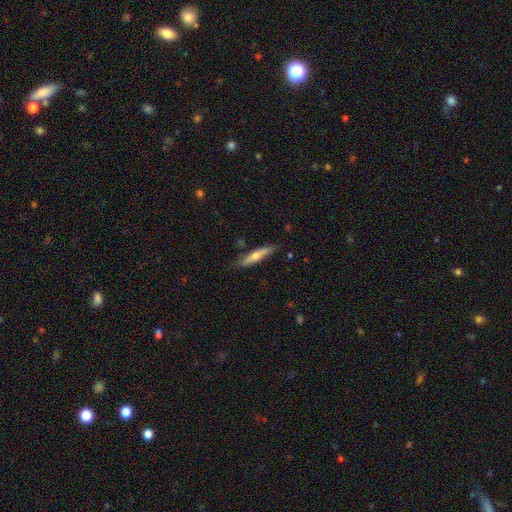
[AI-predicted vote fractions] Smooth or featured: featured or disk — 50% (smooth — 44%)
Edge-on disk: yes — 90% (no — 10%)
Merging: none — 83% (minor disturbance — 13%)